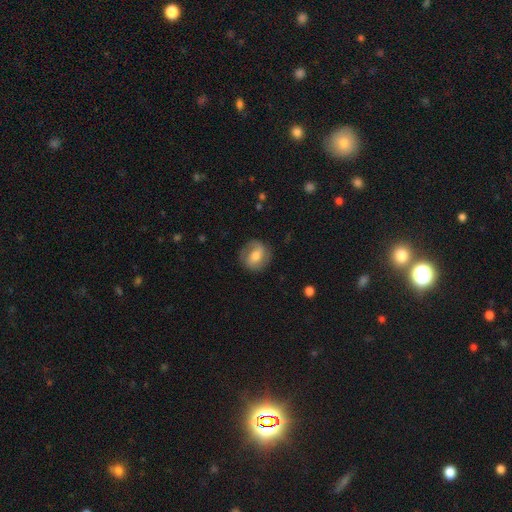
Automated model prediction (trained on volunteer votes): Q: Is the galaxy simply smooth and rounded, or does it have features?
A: smooth — 48%.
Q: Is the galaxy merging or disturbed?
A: none — 81%.